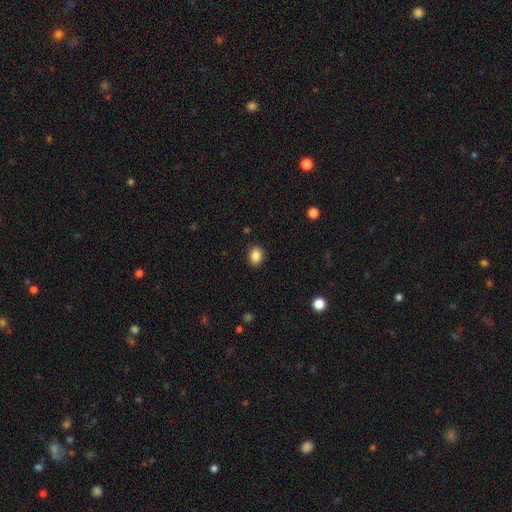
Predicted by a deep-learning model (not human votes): Overall: smooth (87%). How rounded: in between (65%; round 34%). Merging: none (89%).